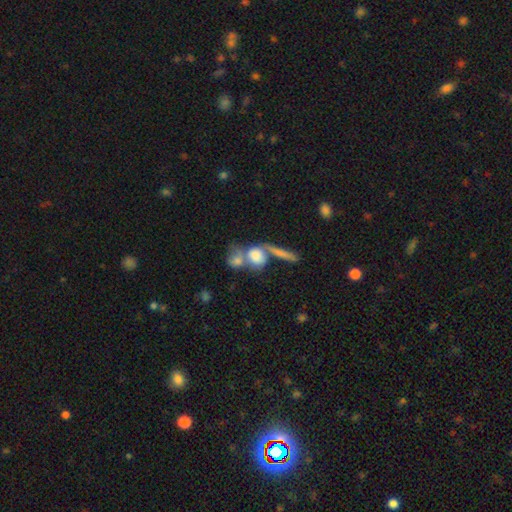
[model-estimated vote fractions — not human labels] Overall: smooth (68%). How rounded: round (51%; in between 39%). Merging: merger (57%; none 26%).